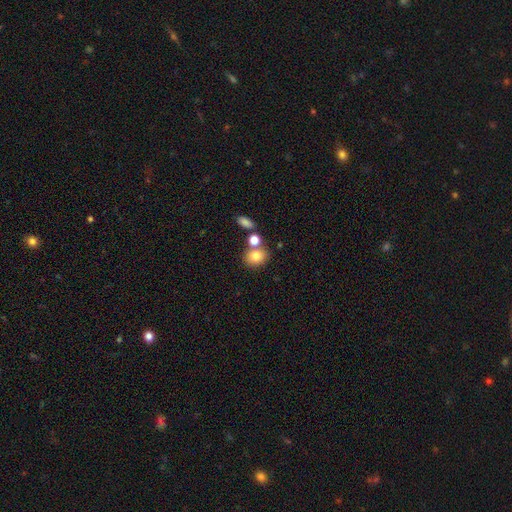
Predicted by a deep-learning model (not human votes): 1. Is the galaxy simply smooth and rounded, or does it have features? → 79% smooth, 11% star or artifact, 10% featured or disk.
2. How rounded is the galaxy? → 58% round, 41% in between, 1% cigar-shaped.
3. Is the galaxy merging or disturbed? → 60% none, 25% merger, 11% minor disturbance, 4% major disturbance.